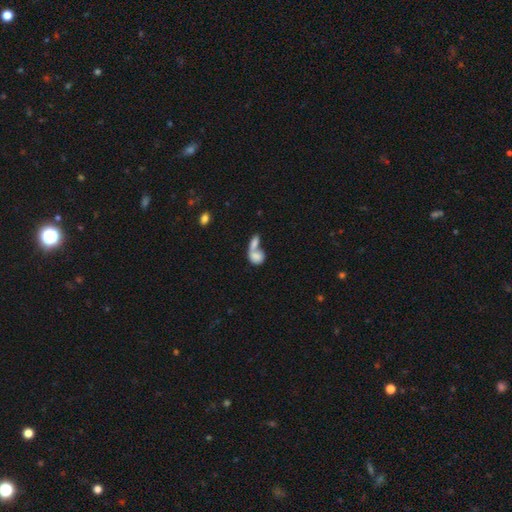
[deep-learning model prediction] This appears to be a smooth galaxy with no disk features (77%) that is in between round and cigar-shaped (65%). Merging: merger (70%).